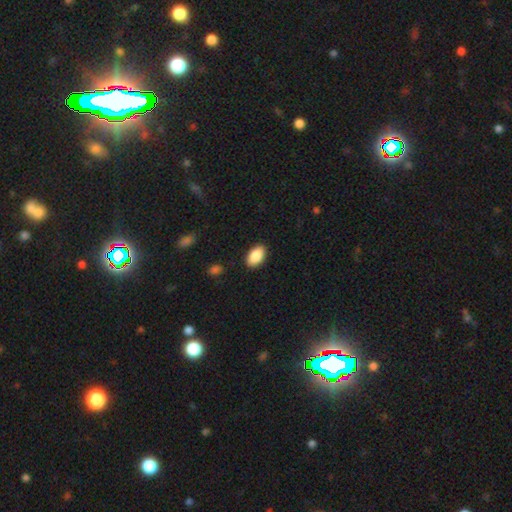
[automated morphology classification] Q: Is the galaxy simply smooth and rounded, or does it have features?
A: smooth — 88%.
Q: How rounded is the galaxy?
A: in between — 94%.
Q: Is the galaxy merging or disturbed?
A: none — 88%.